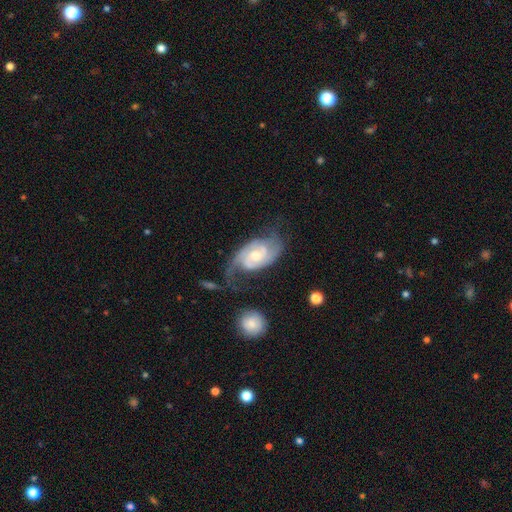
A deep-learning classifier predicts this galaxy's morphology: type=featured or disk (86%); edge-on=no (97%); bar=no (55%); spiral arms=yes (96%); winding=medium (44%); arm count=2 (79%); bulge=moderate (56%); merging=none (47%).